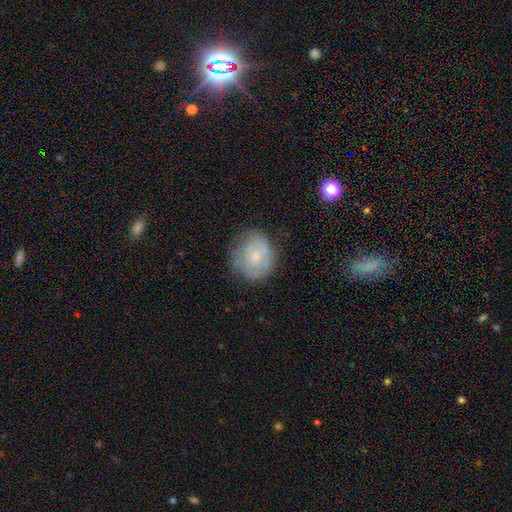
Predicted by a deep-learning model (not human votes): Smooth or featured? Predicted: smooth (p=0.49). Merging? Predicted: none (p=0.64).